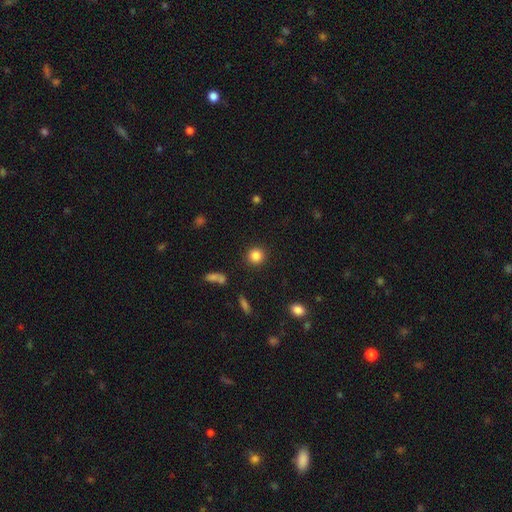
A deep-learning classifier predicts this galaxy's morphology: This appears to be a smooth galaxy with no disk features (84%) that is round (92%). Merging: none (90%).